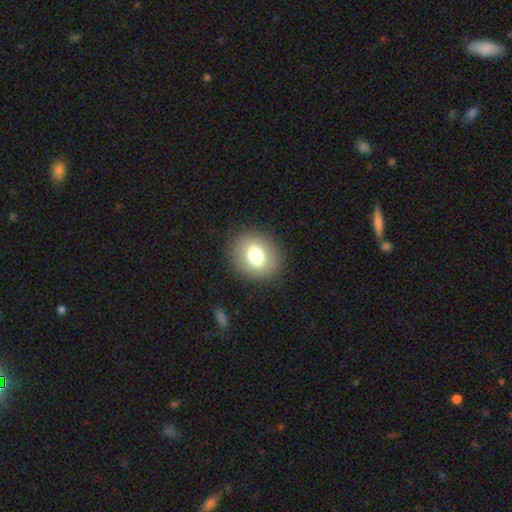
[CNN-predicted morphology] smooth_or_featured: smooth (p=0.73) [alt: featured or disk p=0.17]
how_rounded: round (p=0.56) [alt: in between p=0.43]
merging: none (p=0.87) [alt: minor disturbance p=0.09]